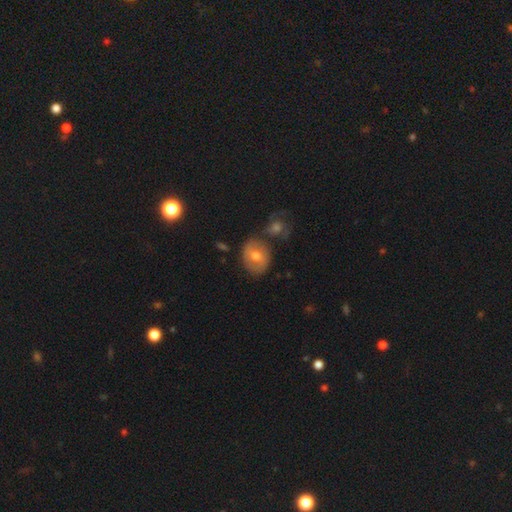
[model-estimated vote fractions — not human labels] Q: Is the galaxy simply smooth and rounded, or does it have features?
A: smooth — 53%.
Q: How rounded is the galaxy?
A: round — 55%.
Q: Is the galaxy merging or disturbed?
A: none — 70%.